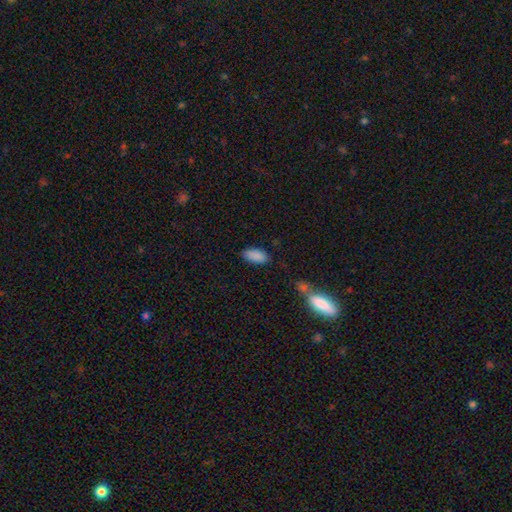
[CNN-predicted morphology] Q: Smooth or featured?
A: smooth (89%); runner-up: star or artifact (8%)
Q: How rounded?
A: in between (91%); runner-up: cigar-shaped (7%)
Q: Merging?
A: none (81%); runner-up: minor disturbance (13%)